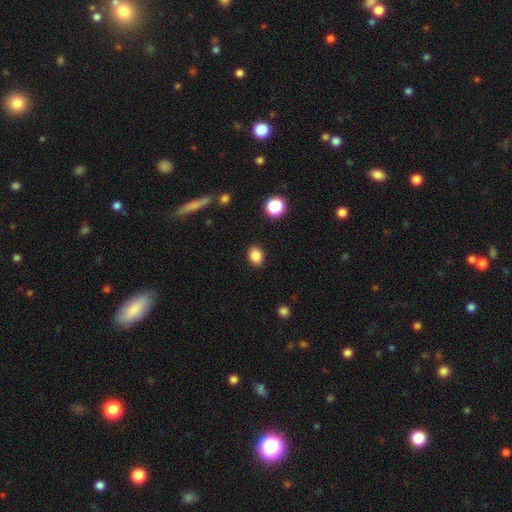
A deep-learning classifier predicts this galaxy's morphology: Overall: smooth (86%). How rounded: in between (60%; round 39%). Merging: none (88%).